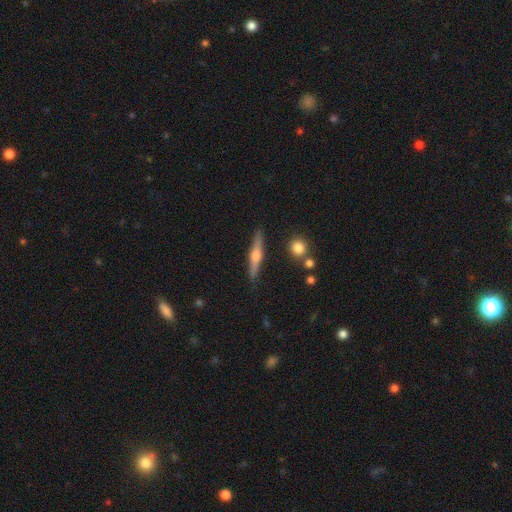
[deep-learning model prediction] smooth_or_featured: featured or disk (p=0.67) [alt: smooth p=0.27]
disk_edge_on: yes (p=0.97) [alt: no p=0.03]
edge_on_bulge: rounded (p=0.91) [alt: boxy p=0.05]
merging: none (p=0.89) [alt: minor disturbance p=0.08]